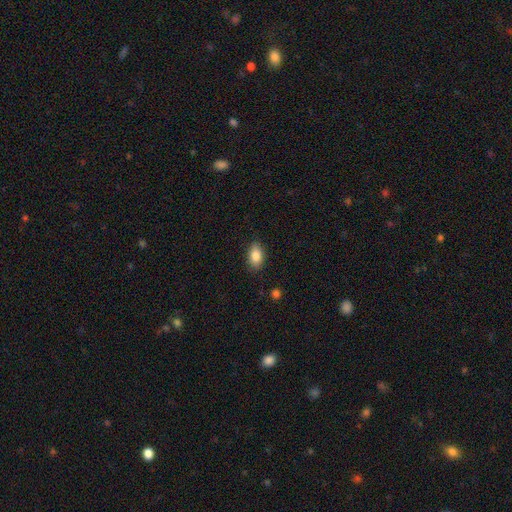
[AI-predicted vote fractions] This is clearly a smooth galaxy (84%). How rounded: clearly in between (90%). Merging: clearly none (85%).